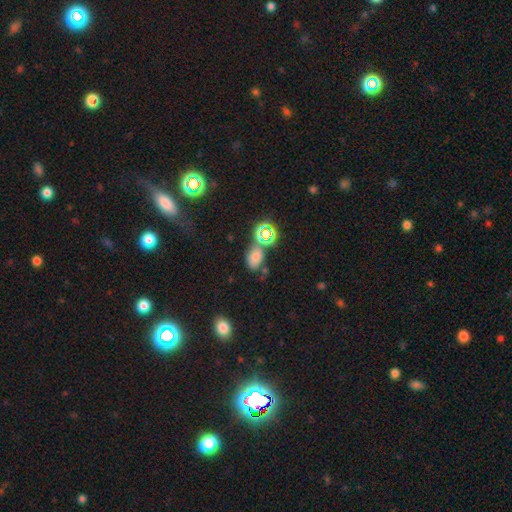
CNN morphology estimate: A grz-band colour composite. It shows a smooth galaxy with no disk features (64%) that is in between round and cigar-shaped (84%). Merging: none (61%).